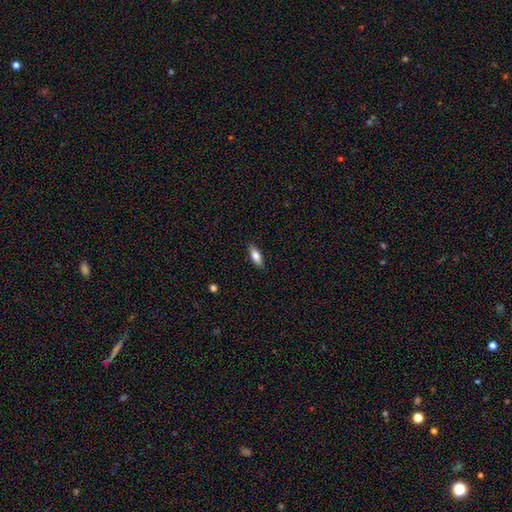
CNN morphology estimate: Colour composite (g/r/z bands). It shows a smooth galaxy with no disk features (77%) that is in between round and cigar-shaped (66%). Merging: none (89%).